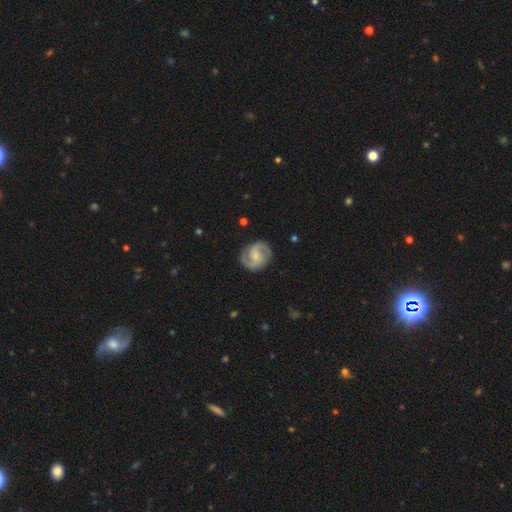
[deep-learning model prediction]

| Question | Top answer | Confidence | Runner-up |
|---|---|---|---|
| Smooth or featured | featured or disk | 86% | smooth (9%) |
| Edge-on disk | no | 98% | yes (2%) |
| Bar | weak | 45% | no (44%) |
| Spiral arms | yes | 97% | no (3%) |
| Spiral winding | medium | 56% | tight (29%) |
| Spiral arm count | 2 | 93% | can't tell (3%) |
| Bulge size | small | 49% | moderate (31%) |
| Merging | none | 85% | minor disturbance (11%) |